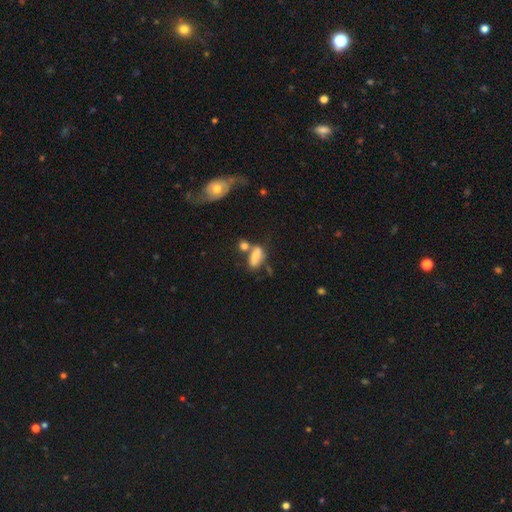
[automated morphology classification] type=smooth (71%); roundness=in between (85%); merging=none (39%).